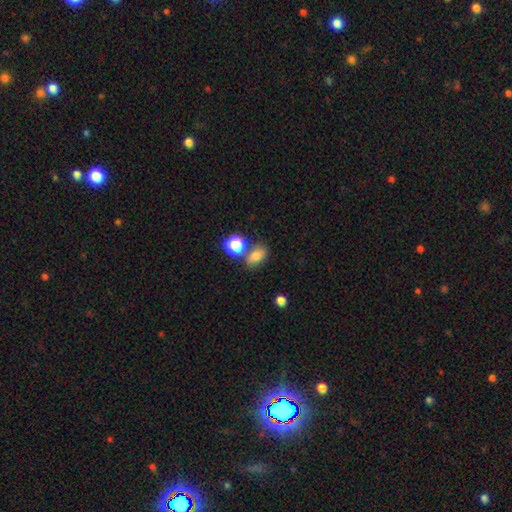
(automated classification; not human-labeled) Overall: smooth (77%). How rounded: in between (76%). Merging: none (62%).